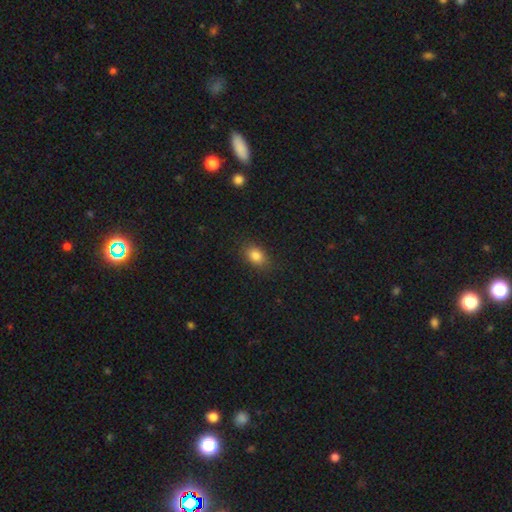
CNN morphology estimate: A smooth galaxy with no disk features (84%) that is in between round and cigar-shaped (78%).

Vote fractions:
- Smooth or featured? smooth: 84% / star or artifact: 10% / featured or disk: 6%
- How rounded? in between: 78% / round: 20% / cigar-shaped: 2%
- Merging? none: 86% / minor disturbance: 10% / major disturbance: 3% / merger: 1%